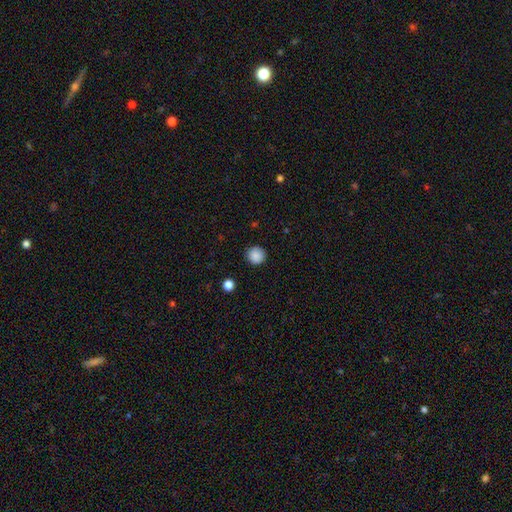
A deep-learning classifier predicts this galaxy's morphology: A smooth galaxy with no disk features (88%) that is round (94%). Merging: none (90%).